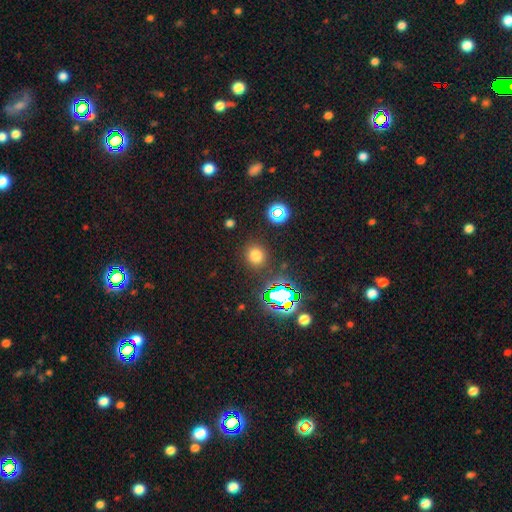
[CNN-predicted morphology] This is likely a smooth galaxy (71%). How rounded: clearly round (87%). Merging: clearly none (87%).